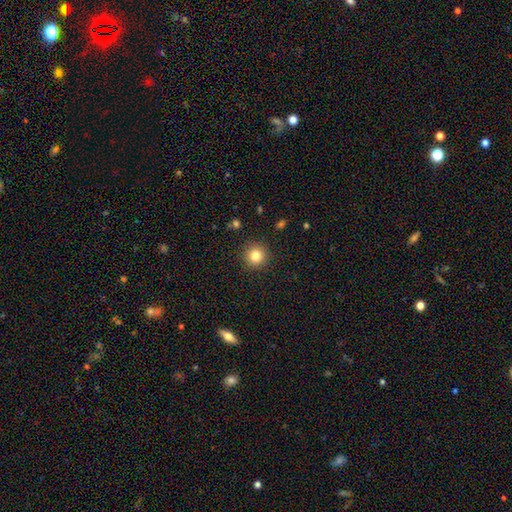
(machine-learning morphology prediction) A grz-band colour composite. It shows a smooth galaxy with no disk features (81%) that is round (95%). Merging: none (91%).